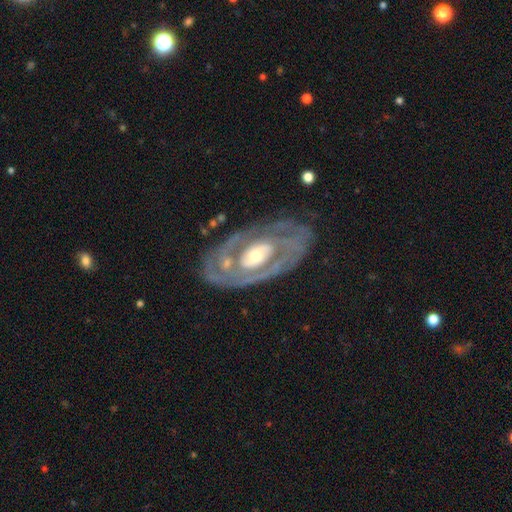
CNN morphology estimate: Smooth or featured?
  - featured or disk: 82% *
  - smooth: 13%
  - star or artifact: 5%
Edge-on disk?
  - no: 93% *
  - yes: 7%
Bar?
  - no: 70% *
  - weak: 20%
  - strong: 10%
Spiral arms?
  - yes: 66% *
  - no: 34%
Spiral winding?
  - tight: 64% *
  - medium: 25%
  - loose: 10%
Spiral arm count?
  - 2: 38% *
  - can't tell: 37%
  - 1: 10%
  - 3: 8%
  - 4: 4%
  - more than 4: 3%
Bulge size?
  - moderate: 57% *
  - small: 30%
  - large: 10%
  - dominant: 2%
  - none: 1%
Merging?
  - none: 68% *
  - minor disturbance: 17%
  - major disturbance: 10%
  - merger: 4%